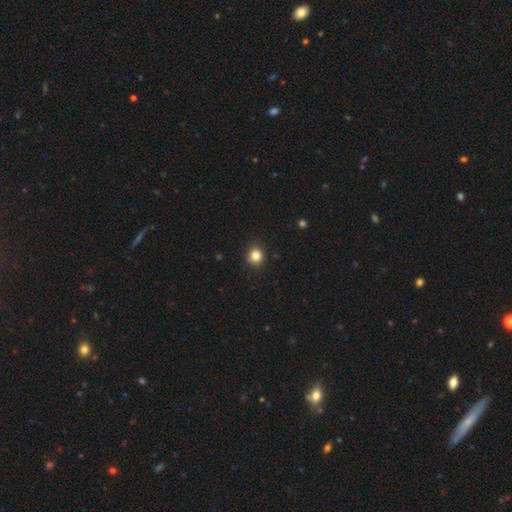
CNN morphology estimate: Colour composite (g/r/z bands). It shows a smooth galaxy with no disk features (83%) that is round (86%). Merging: none (86%).